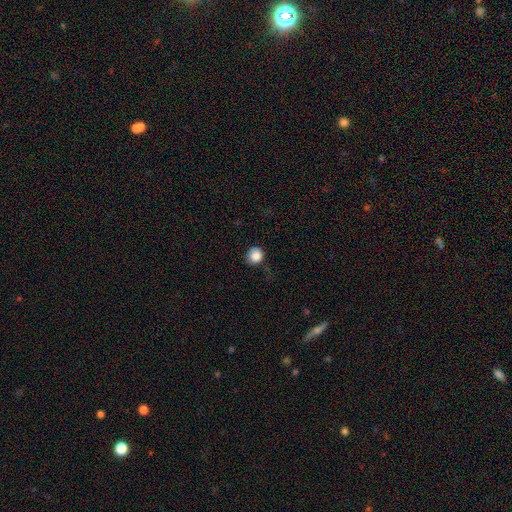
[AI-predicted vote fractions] smooth 86%, star or artifact 10%, featured or disk 4%. Down the decision tree: how rounded — round (84%); merging — none (69%).